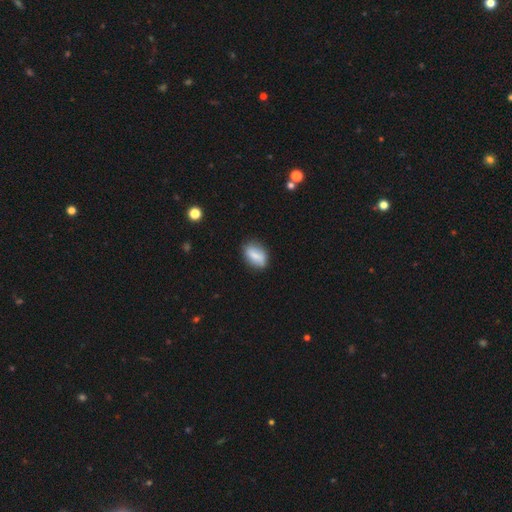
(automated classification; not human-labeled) This appears to be a smooth galaxy with no disk features (75%) that is in between round and cigar-shaped (85%). Merging: none (79%).